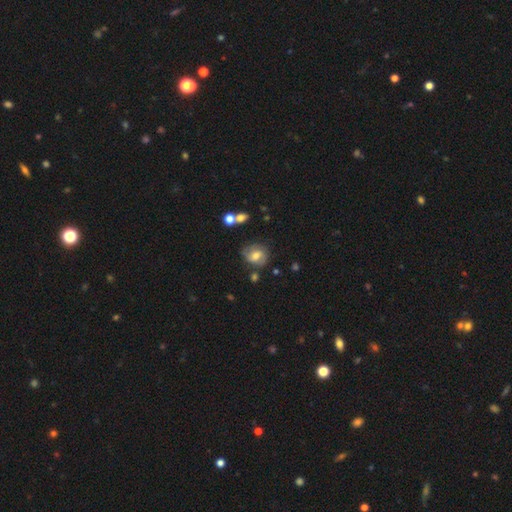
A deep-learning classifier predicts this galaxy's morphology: smooth_or_featured: smooth (p=0.53) [alt: featured or disk p=0.37]
how_rounded: round (p=0.61) [alt: in between p=0.38]
merging: none (p=0.65) [alt: minor disturbance p=0.21]